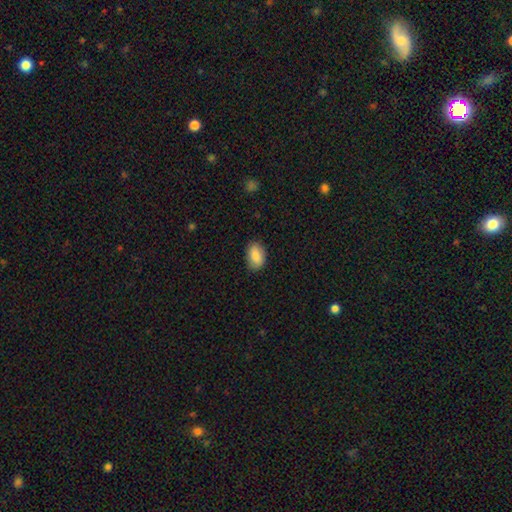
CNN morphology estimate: smooth 86%, featured or disk 7%, star or artifact 7%. Down the decision tree: how rounded — in between (88%); merging — none (83%).